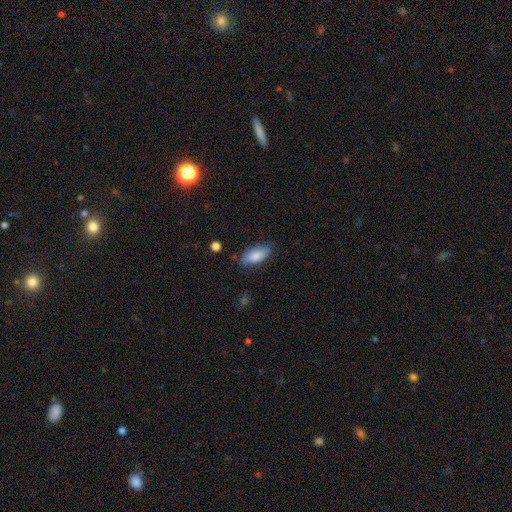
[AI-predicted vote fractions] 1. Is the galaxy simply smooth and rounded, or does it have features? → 84% smooth, 10% featured or disk, 6% star or artifact.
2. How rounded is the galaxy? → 86% in between, 12% cigar-shaped, 2% round.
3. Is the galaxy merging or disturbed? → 78% none, 17% minor disturbance, 3% major disturbance, 2% merger.